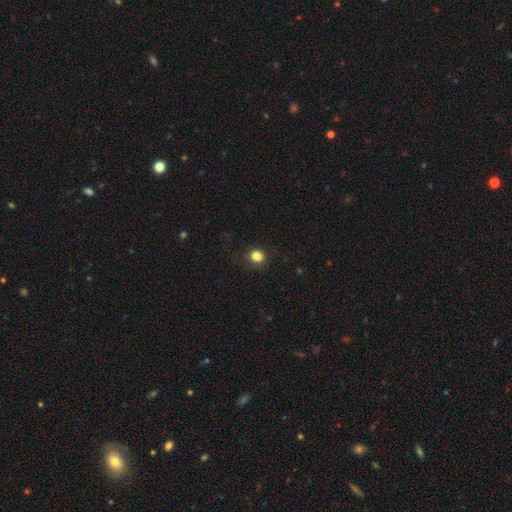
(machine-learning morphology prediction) This is clearly a smooth galaxy (83%). How rounded: likely round (73%). Merging: clearly none (81%).